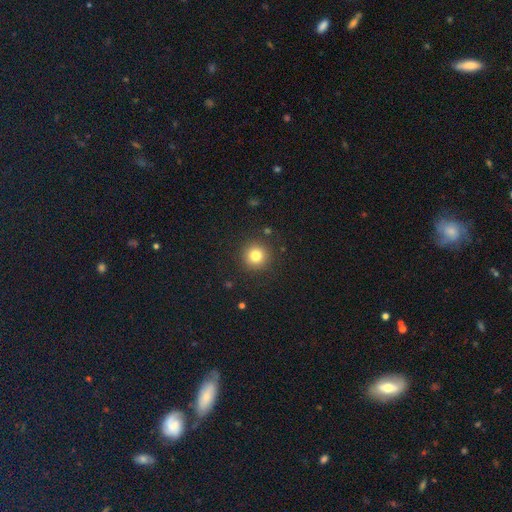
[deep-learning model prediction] Morphology: type=smooth (81%); roundness=round (95%); merging=none (90%).